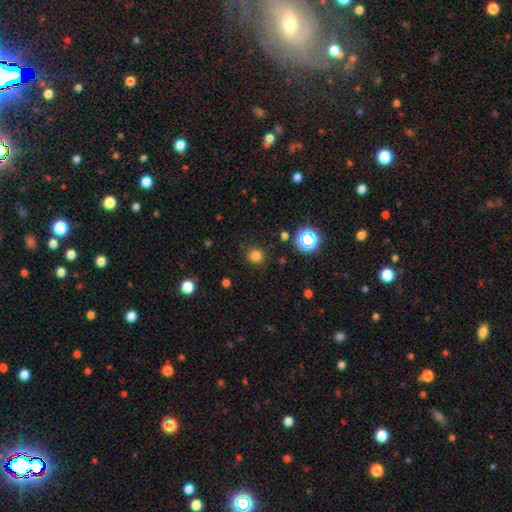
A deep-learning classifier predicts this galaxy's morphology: A smooth galaxy with no disk features (77%) that is round (92%).

Vote fractions:
- Smooth or featured? smooth: 77% / star or artifact: 19% / featured or disk: 5%
- How rounded? round: 92% / in between: 7% / cigar-shaped: 1%
- Merging? none: 87% / minor disturbance: 8% / major disturbance: 3% / merger: 2%